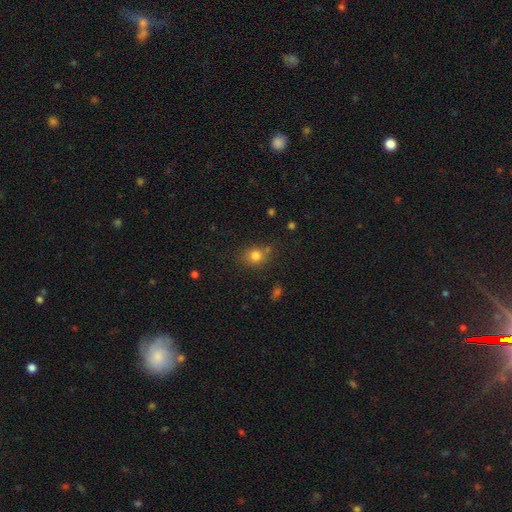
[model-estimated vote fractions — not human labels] Smooth or featured: smooth — 80% (star or artifact — 13%)
How rounded: round — 72% (in between — 27%)
Merging: none — 69% (minor disturbance — 16%)